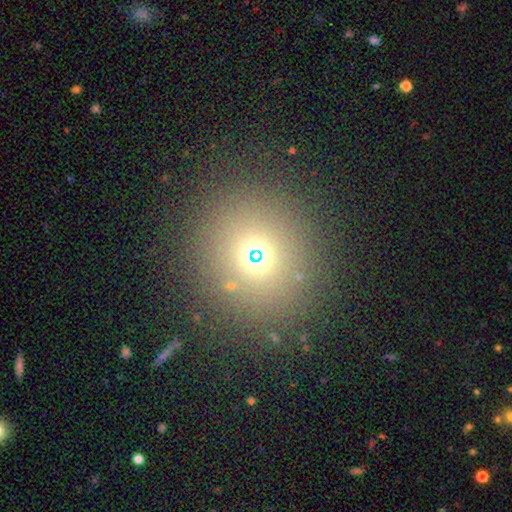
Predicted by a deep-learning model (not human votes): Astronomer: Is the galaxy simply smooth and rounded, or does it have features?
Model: smooth — 55% (runner-up: star or artifact, 33%).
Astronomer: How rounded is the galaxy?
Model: round — 86%.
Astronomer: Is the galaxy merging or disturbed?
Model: none — 86%.